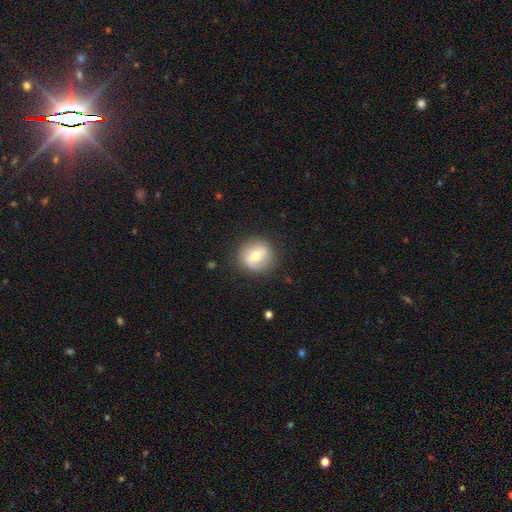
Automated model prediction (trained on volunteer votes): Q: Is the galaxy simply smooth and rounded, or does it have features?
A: smooth — 61%.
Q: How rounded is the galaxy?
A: round — 89%.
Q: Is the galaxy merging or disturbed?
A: none — 83%.